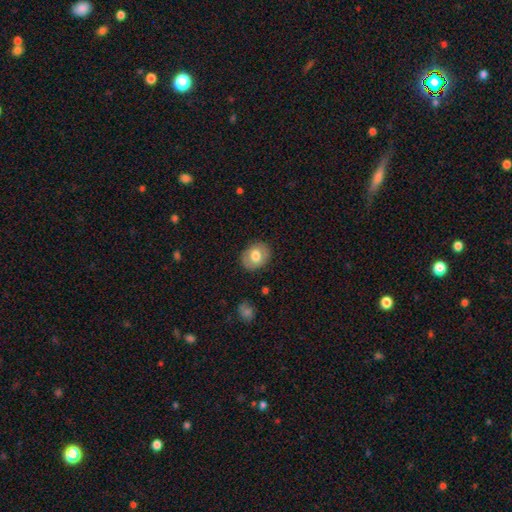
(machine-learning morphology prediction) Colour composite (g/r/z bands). It shows a smooth galaxy with no disk features (72%) that is in between round and cigar-shaped (53%). Merging: none (86%).